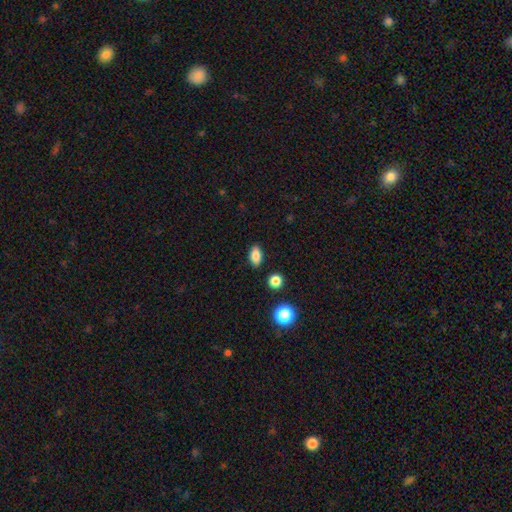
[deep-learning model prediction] Smooth or featured?
  - smooth: 84% *
  - star or artifact: 9%
  - featured or disk: 7%
How rounded?
  - in between: 86% *
  - round: 10%
  - cigar-shaped: 4%
Merging?
  - none: 87% *
  - minor disturbance: 9%
  - major disturbance: 2%
  - merger: 2%